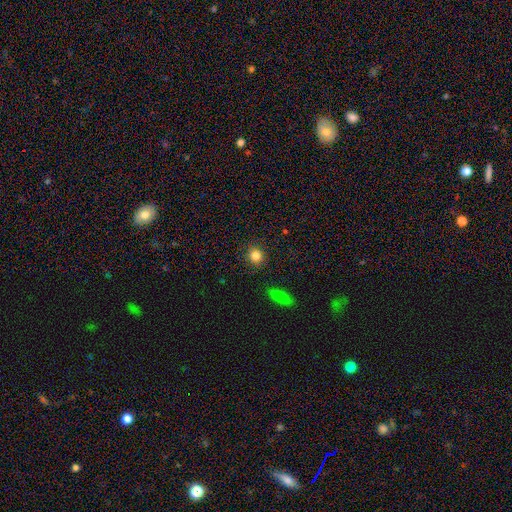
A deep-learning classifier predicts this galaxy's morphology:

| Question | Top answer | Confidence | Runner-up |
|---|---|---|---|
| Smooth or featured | smooth | 83% | star or artifact (11%) |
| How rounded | round | 89% | in between (10%) |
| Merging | none | 90% | minor disturbance (7%) |